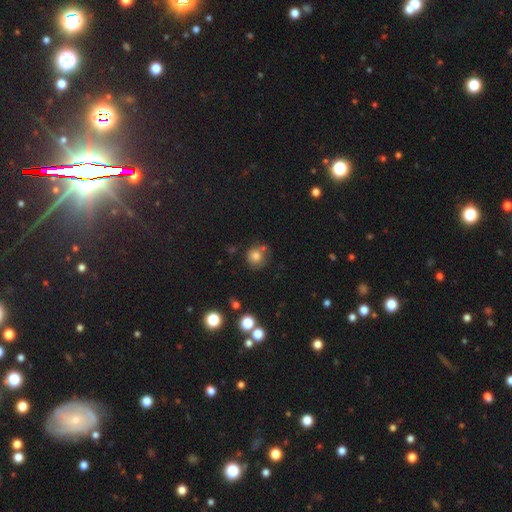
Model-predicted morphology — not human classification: Smooth or featured?
  - smooth: 78% *
  - star or artifact: 13%
  - featured or disk: 9%
How rounded?
  - round: 89% *
  - in between: 10%
  - cigar-shaped: 1%
Merging?
  - none: 67% *
  - minor disturbance: 16%
  - merger: 12%
  - major disturbance: 5%